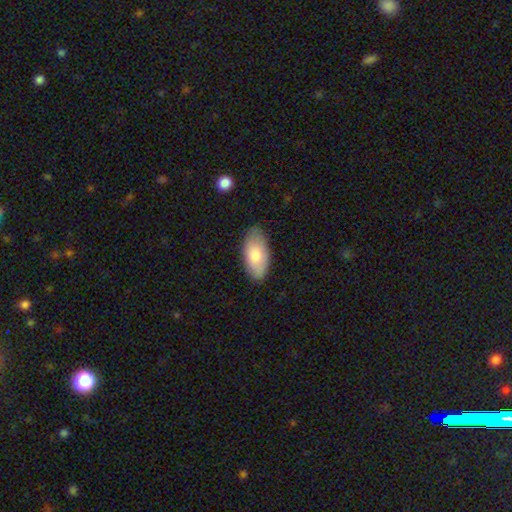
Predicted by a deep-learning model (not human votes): This appears to be a smooth galaxy with no disk features (78%) that is in between round and cigar-shaped (93%). Merging: none (81%).